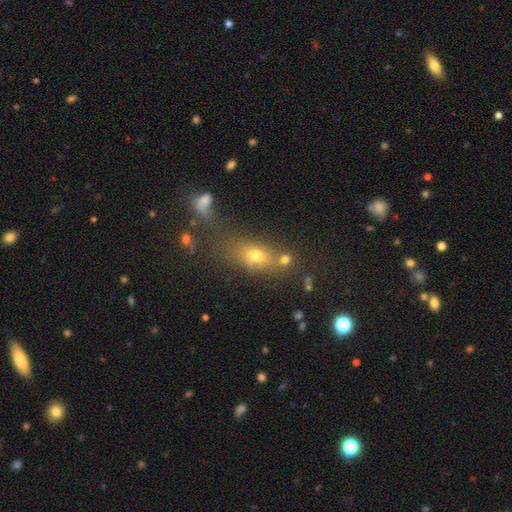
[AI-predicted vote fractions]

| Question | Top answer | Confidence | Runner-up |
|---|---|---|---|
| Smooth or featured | smooth | 64% | star or artifact (18%) |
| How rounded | in between | 65% | round (24%) |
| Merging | none | 48% | merger (25%) |